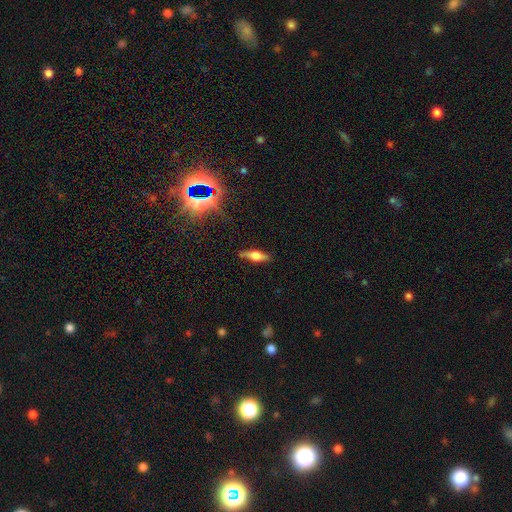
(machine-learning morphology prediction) smooth_or_featured: featured or disk (p=0.48) [alt: smooth p=0.42]
merging: none (p=0.84) [alt: minor disturbance p=0.12]